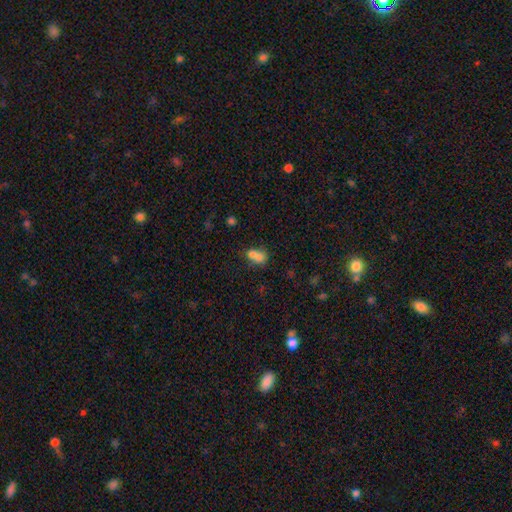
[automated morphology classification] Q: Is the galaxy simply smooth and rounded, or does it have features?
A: smooth — 74%.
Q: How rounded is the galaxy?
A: in between — 61%.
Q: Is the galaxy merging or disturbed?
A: merger — 61%.